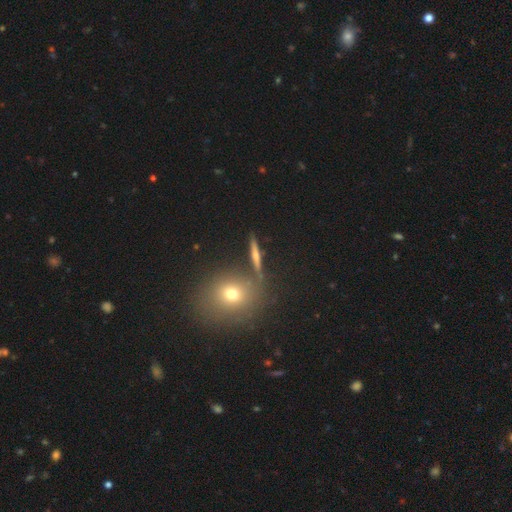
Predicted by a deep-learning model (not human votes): Smooth or featured? Predicted: featured or disk (p=0.44). Merging? Predicted: none (p=0.78).